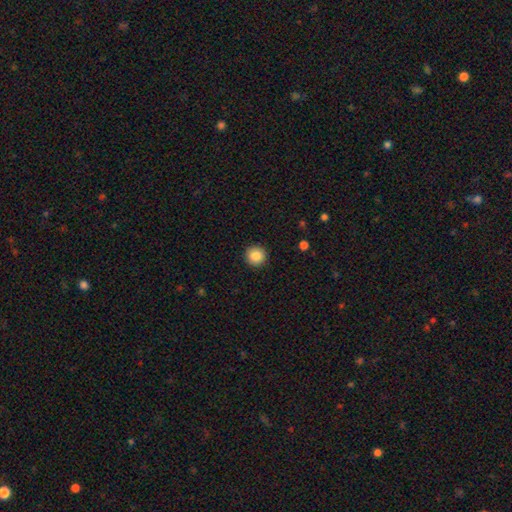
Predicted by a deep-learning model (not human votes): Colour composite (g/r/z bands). It shows a smooth galaxy with no disk features (87%) that is round (95%). Merging: none (93%).